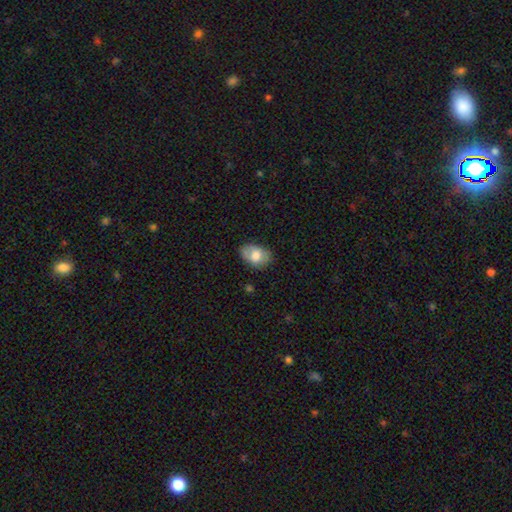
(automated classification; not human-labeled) Overall: smooth (73%). How rounded: in between (86%). Merging: none (72%).